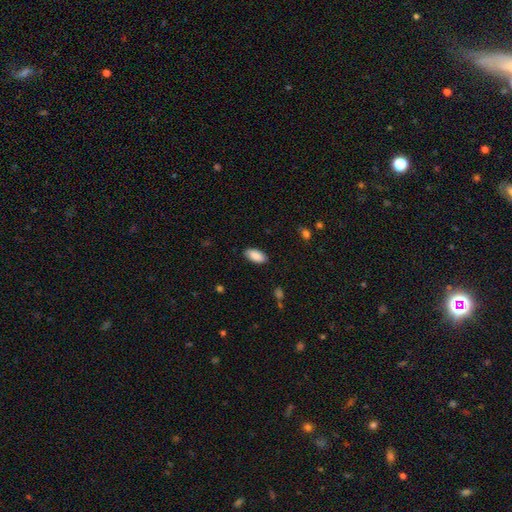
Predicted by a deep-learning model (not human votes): smooth 89%, star or artifact 6%, featured or disk 4%. Down the decision tree: how rounded — in between (93%); merging — none (87%).